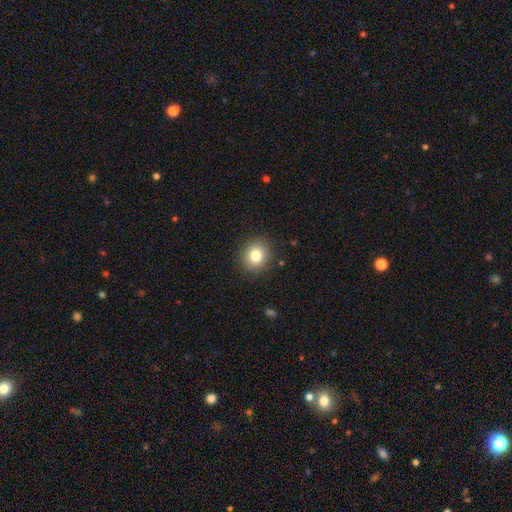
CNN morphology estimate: Q: Smooth or featured?
A: smooth (80%); runner-up: star or artifact (11%)
Q: How rounded?
A: round (83%); runner-up: in between (16%)
Q: Merging?
A: none (88%); runner-up: minor disturbance (8%)